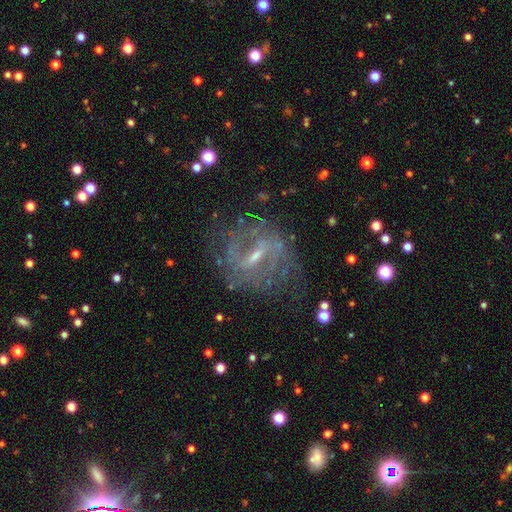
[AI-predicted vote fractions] A featured or disk galaxy (81%) with a weak bar (49%), 2 (46%) medium (41%) spiral arms (81%) and a small central bulge (56%).

Vote fractions:
- Smooth or featured? featured or disk: 81% / star or artifact: 9% / smooth: 9%
- Edge-on disk? no: 94% / yes: 6%
- Bar? weak: 49% / strong: 37% / no: 13%
- Spiral arms? yes: 81% / no: 19%
- Spiral winding? medium: 41% / tight: 37% / loose: 23%
- Spiral arm count? 2: 46% / can't tell: 35% / 3: 7% / 1: 4% / 4: 4% / more than 4: 3%
- Bulge size? small: 56% / moderate: 34% / none: 7% / large: 2% / dominant: 1%
- Merging? none: 68% / minor disturbance: 18% / major disturbance: 12% / merger: 2%